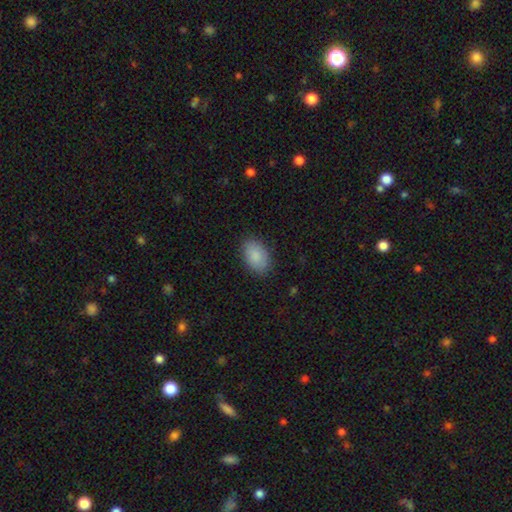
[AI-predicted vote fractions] Morphology: type=smooth (88%); roundness=in between (89%); merging=none (86%).